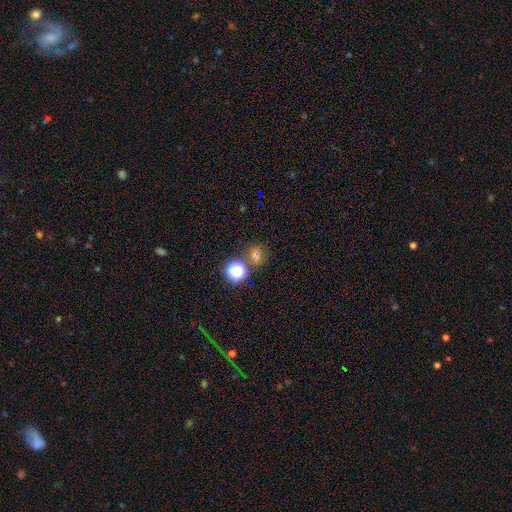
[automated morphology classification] smooth 56%, star or artifact 32%, featured or disk 12%. Down the decision tree: how rounded — round (79%); merging — none (71%).